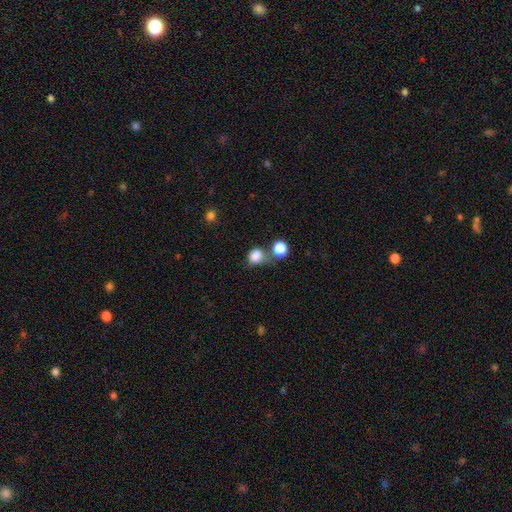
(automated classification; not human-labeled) Smooth or featured? Predicted: smooth (p=0.84). How rounded? Predicted: round (p=0.60). Merging? Predicted: none (p=0.47).